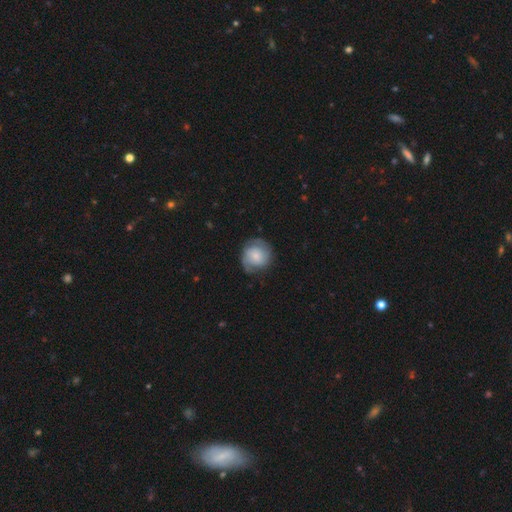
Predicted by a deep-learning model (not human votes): Smooth or featured? smooth (52%)
How rounded? round (85%)
Merging? none (69%)